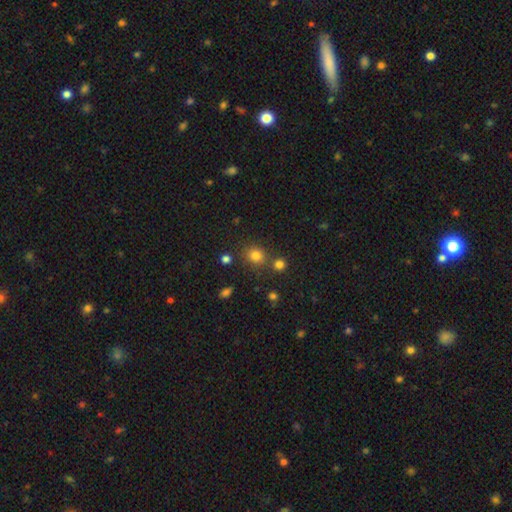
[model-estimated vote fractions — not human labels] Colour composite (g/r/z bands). It shows a smooth galaxy with no disk features (80%) that is round (75%). Merging: none (72%).